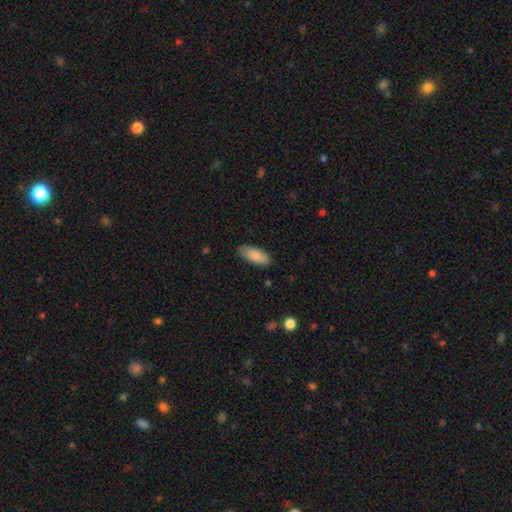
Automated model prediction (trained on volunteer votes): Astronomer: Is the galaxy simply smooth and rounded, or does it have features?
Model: smooth — 86%.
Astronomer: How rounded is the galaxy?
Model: in between — 83%.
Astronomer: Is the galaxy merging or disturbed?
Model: none — 80%.